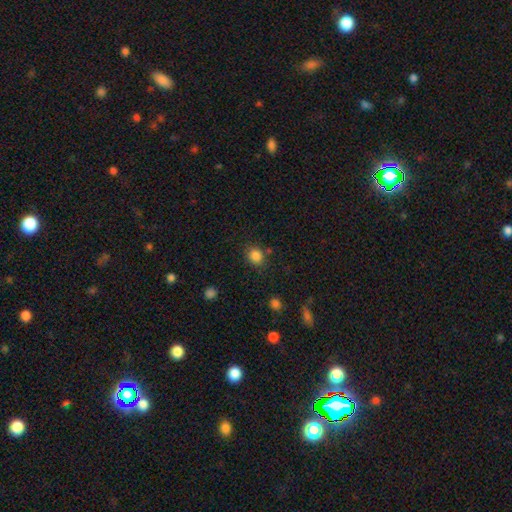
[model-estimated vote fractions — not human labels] This is clearly a smooth galaxy (84%). How rounded: likely round (73%). Merging: likely none (78%).